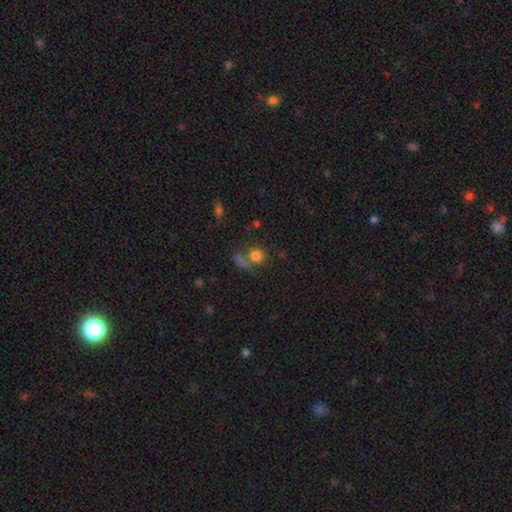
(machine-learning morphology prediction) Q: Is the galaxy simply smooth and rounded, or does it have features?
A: smooth — 78%.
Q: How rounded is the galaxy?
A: round — 83%.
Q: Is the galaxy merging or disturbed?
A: none — 54%.